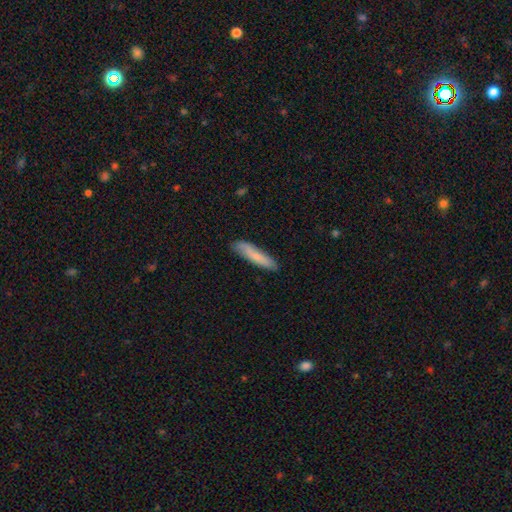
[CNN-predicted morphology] Q: Smooth or featured?
A: smooth (75%); runner-up: featured or disk (20%)
Q: How rounded?
A: cigar-shaped (85%); runner-up: in between (13%)
Q: Merging?
A: none (82%); runner-up: minor disturbance (14%)